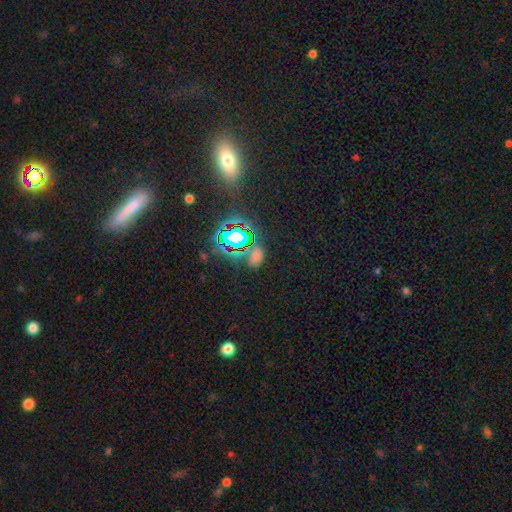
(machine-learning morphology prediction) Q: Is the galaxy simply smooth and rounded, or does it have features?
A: star or artifact — 52%.